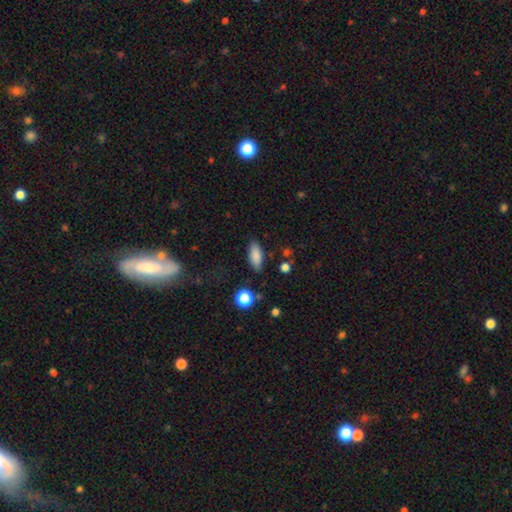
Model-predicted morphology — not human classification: smooth-or-featured: smooth: 85% | star or artifact: 8% | featured or disk: 8%
  how-rounded: in between: 78% | cigar-shaped: 19% | round: 3%
  merging: none: 83% | minor disturbance: 12% | major disturbance: 3% | merger: 2%